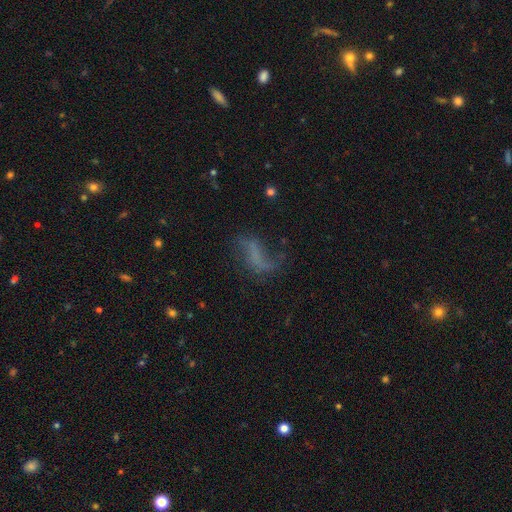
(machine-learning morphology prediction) The model was most divided on "merging": none: 49%, major disturbance: 26%, minor disturbance: 21%, merger: 4%. More confident: edge-on disk — no (93%); bulge size — none (76%); spiral arms — yes (70%); smooth or featured — featured or disk (55%); bar — no (52%).